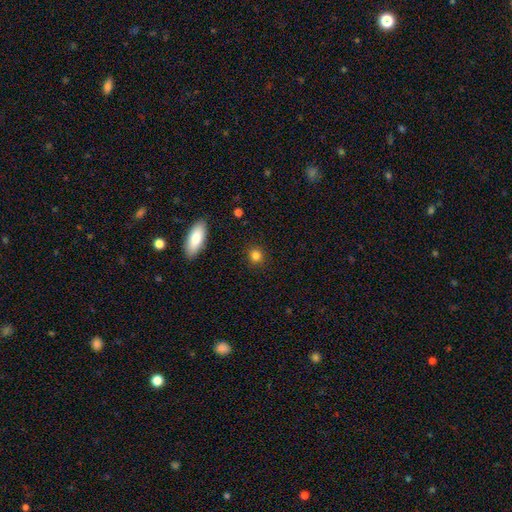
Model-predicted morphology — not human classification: Smooth or featured? smooth (83%)
How rounded? round (82%)
Merging? none (89%)